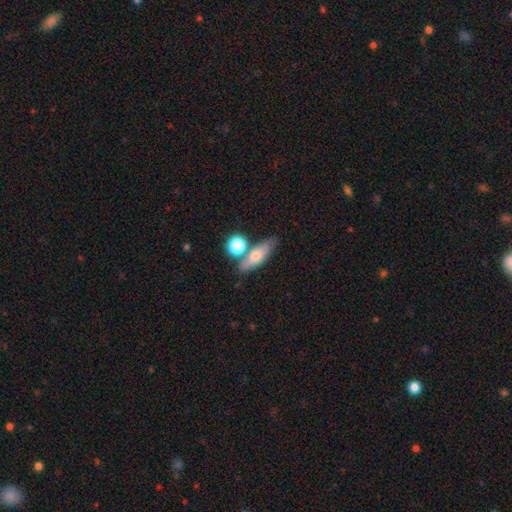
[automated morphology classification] A smooth galaxy with no disk features (64%) that is in between round and cigar-shaped (48%).

Vote fractions:
- Smooth or featured? smooth: 64% / featured or disk: 28% / star or artifact: 8%
- How rounded? in between: 48% / cigar-shaped: 42% / round: 9%
- Merging? none: 63% / merger: 19% / minor disturbance: 13% / major disturbance: 4%